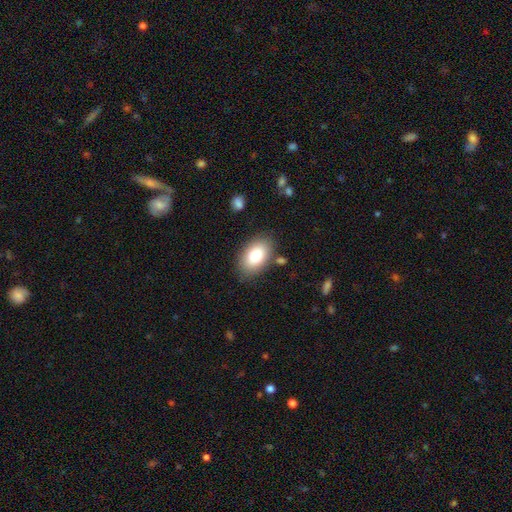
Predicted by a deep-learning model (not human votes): This is clearly a smooth galaxy (84%). How rounded: clearly in between (93%). Merging: clearly none (82%).